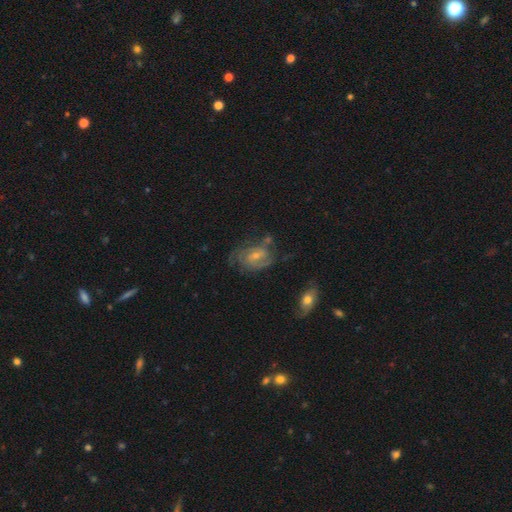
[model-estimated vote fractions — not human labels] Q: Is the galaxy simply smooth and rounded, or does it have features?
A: featured or disk — 67%.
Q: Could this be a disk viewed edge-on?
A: no — 96%.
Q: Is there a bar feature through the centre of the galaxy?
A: no — 50%.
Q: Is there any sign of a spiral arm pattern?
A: yes — 80%.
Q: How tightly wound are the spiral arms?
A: tight — 44%.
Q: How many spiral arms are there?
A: can't tell — 42%.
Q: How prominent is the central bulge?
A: small — 55%.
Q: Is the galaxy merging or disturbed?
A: none — 56%.